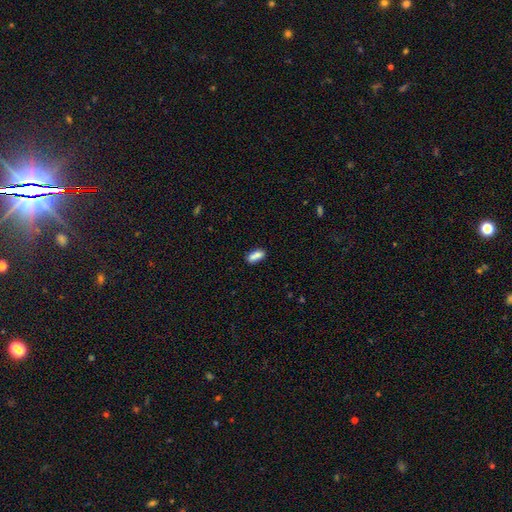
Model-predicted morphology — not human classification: smooth 80%, featured or disk 12%, star or artifact 9%. Down the decision tree: how rounded — in between (78%); merging — none (56%).